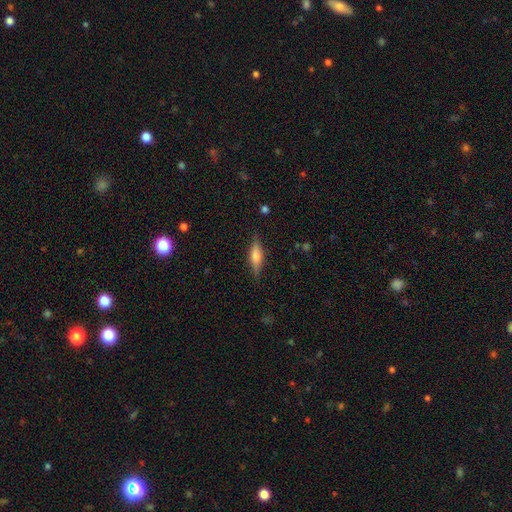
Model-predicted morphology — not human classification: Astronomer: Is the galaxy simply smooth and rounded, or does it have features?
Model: smooth — 47% (runner-up: featured or disk, 46%).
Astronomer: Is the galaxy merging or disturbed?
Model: none — 84%.